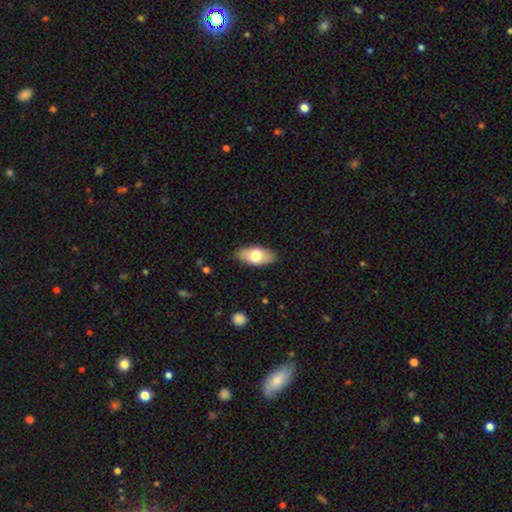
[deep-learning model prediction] Smooth or featured? Predicted: smooth (p=0.71). How rounded? Predicted: in between (p=0.92). Merging? Predicted: none (p=0.86).